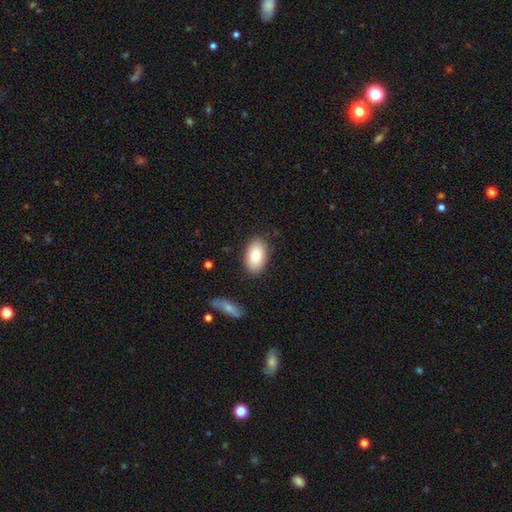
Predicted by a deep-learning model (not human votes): A smooth galaxy with no disk features (83%) that is in between round and cigar-shaped (94%).

Vote fractions:
- Smooth or featured? smooth: 83% / featured or disk: 10% / star or artifact: 6%
- How rounded? in between: 94% / round: 5% / cigar-shaped: 2%
- Merging? none: 85% / minor disturbance: 10% / major disturbance: 2% / merger: 2%